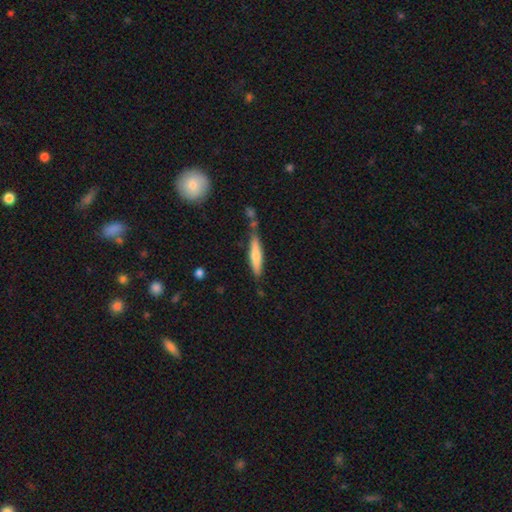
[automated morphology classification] Overall: smooth (67%; featured or disk 27%). How rounded: cigar-shaped (87%). Merging: none (66%).